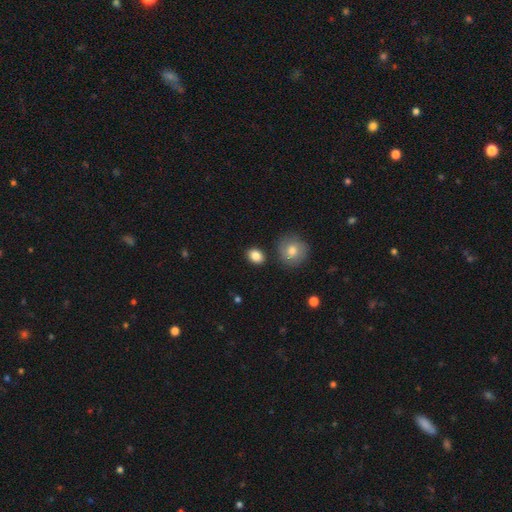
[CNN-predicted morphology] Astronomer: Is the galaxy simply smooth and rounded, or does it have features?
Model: smooth — 87%.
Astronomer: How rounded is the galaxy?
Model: in between — 64%.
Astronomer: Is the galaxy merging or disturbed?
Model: none — 84%.